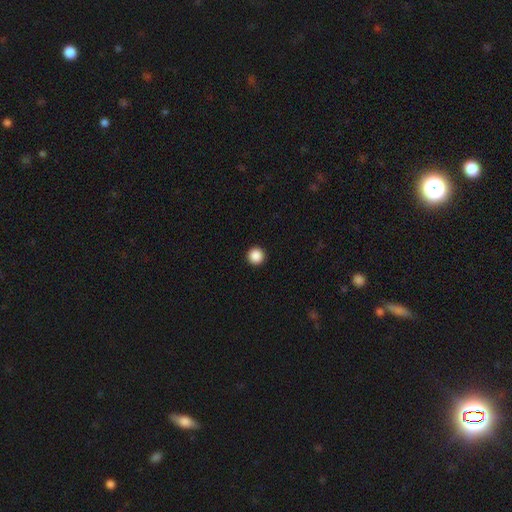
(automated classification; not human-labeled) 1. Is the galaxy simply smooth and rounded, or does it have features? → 88% smooth, 10% star or artifact, 2% featured or disk.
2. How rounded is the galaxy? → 97% round, 2% in between, 1% cigar-shaped.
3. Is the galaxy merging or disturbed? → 94% none, 3% minor disturbance, 1% major disturbance, 1% merger.